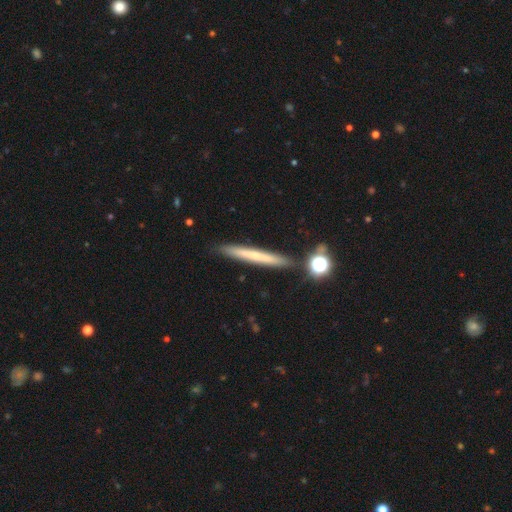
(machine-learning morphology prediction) This is possibly a smooth galaxy (55%). How rounded: clearly cigar-shaped (96%). Merging: clearly none (88%).